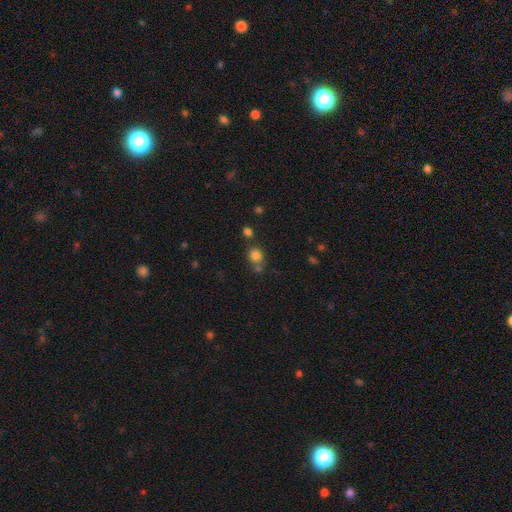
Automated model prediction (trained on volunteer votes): Smooth or featured? Predicted: smooth (p=0.80). How rounded? Predicted: round (p=0.82). Merging? Predicted: none (p=0.65).